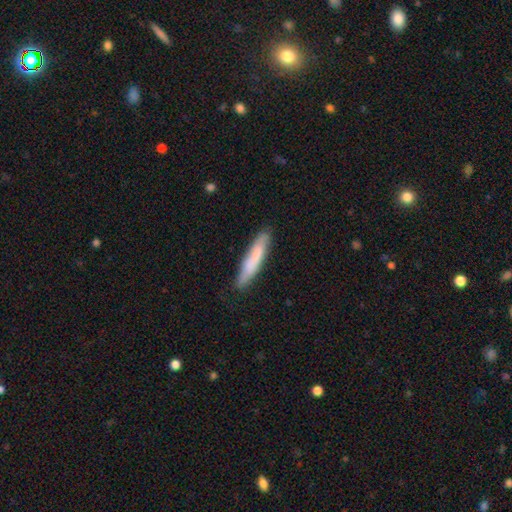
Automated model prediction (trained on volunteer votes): smooth 71%, featured or disk 23%, star or artifact 6%. Down the decision tree: how rounded — cigar-shaped (91%); merging — none (84%).